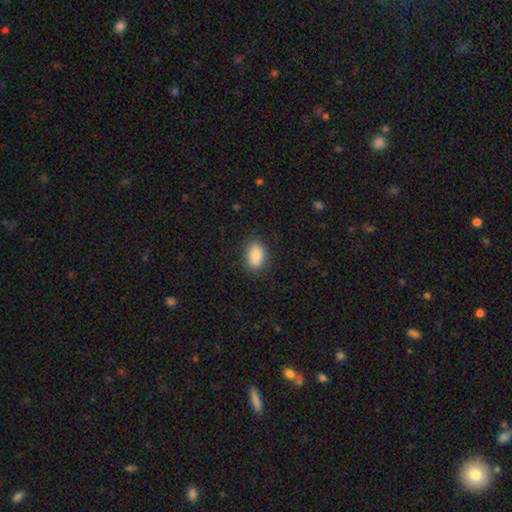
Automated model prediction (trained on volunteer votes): This is clearly a smooth galaxy (87%). How rounded: clearly in between (83%). Merging: clearly none (85%).